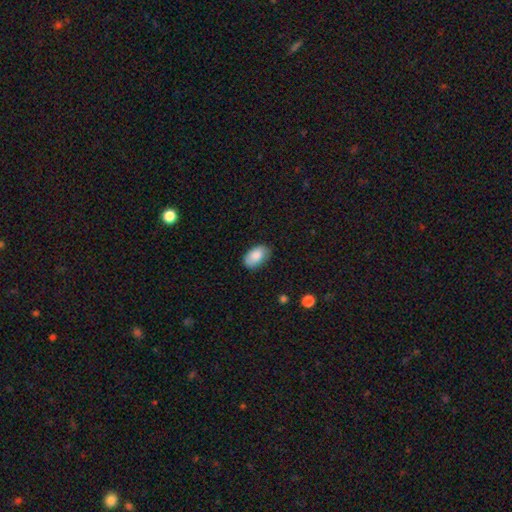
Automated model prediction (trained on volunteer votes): This is clearly a smooth galaxy (85%). How rounded: clearly in between (92%). Merging: likely none (76%).